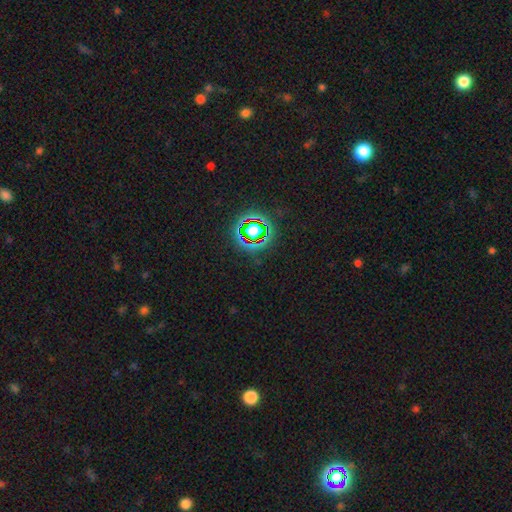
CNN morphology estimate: type=star or artifact (79%).